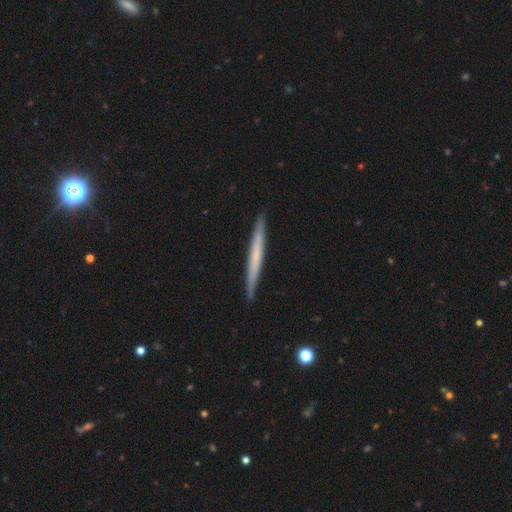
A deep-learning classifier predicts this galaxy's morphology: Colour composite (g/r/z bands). It shows a featured or disk galaxy (48%). Merging: none (91%).